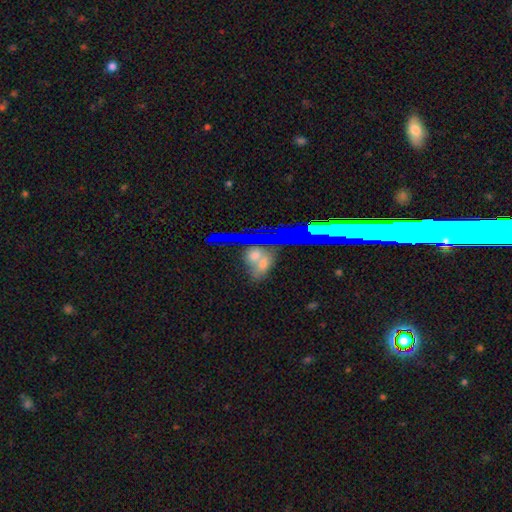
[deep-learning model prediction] The model was most divided on "smooth or featured": star or artifact: 46%, featured or disk: 29%, smooth: 25%.